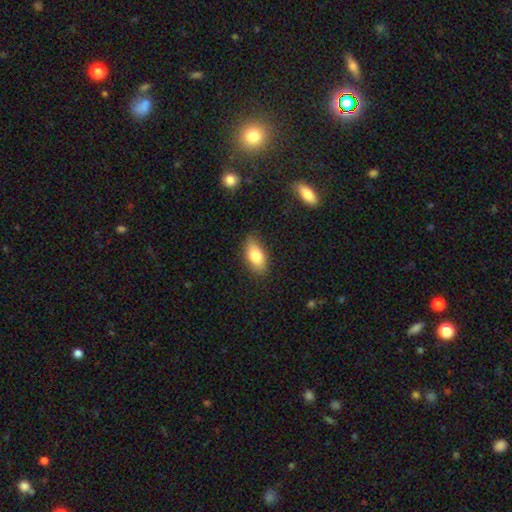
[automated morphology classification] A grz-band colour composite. It shows a smooth galaxy with no disk features (80%) that is in between round and cigar-shaped (87%). Merging: none (82%).